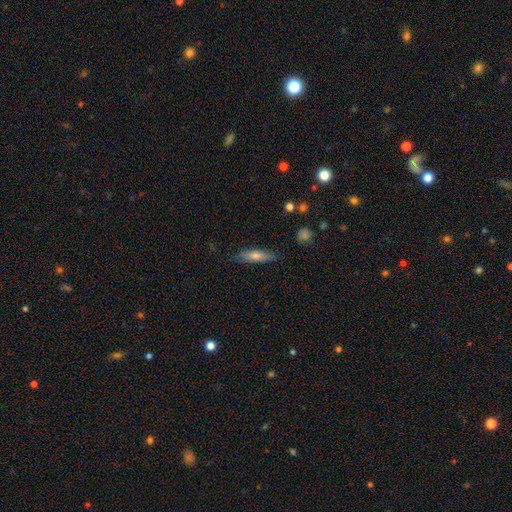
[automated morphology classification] type=smooth (71%); roundness=cigar-shaped (68%); merging=none (83%).